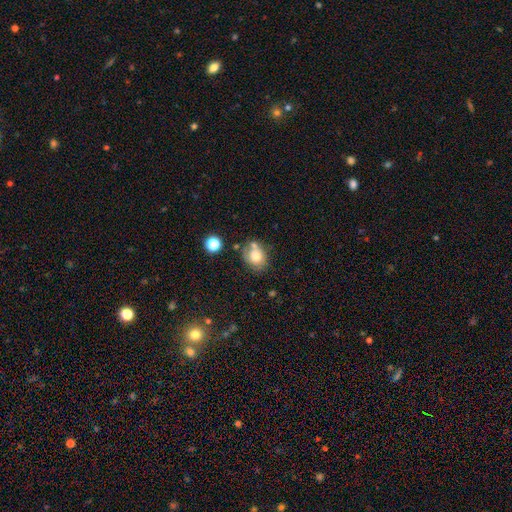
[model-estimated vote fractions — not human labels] A smooth galaxy with no disk features (72%) that is round (52%).

Vote fractions:
- Smooth or featured? smooth: 72% / featured or disk: 17% / star or artifact: 11%
- How rounded? round: 52% / in between: 47% / cigar-shaped: 1%
- Merging? none: 53% / merger: 20% / minor disturbance: 20% / major disturbance: 7%